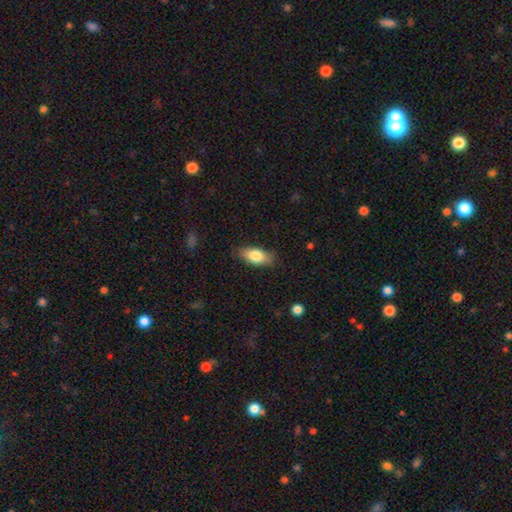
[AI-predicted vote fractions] Smooth or featured? Predicted: smooth (p=0.80). How rounded? Predicted: in between (p=0.87). Merging? Predicted: none (p=0.82).